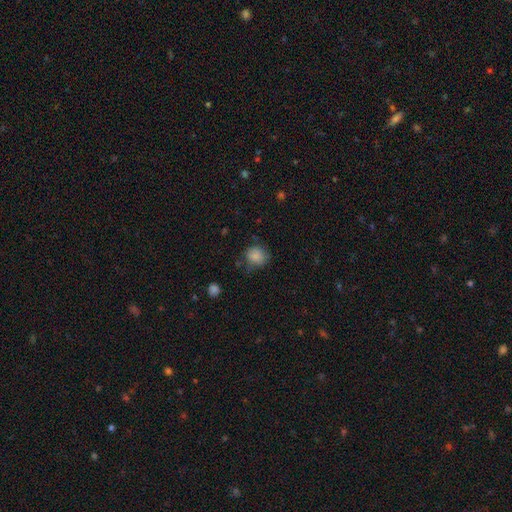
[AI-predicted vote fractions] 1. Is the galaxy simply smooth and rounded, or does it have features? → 84% smooth, 10% star or artifact, 6% featured or disk.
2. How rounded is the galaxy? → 70% round, 30% in between, 1% cigar-shaped.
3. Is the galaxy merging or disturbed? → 64% none, 26% minor disturbance, 8% major disturbance, 2% merger.